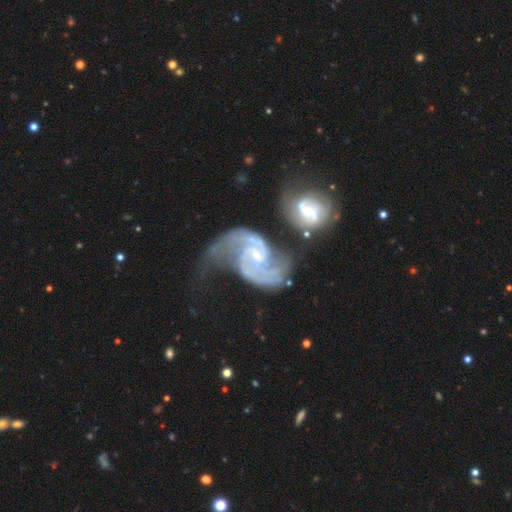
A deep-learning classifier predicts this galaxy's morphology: Smooth or featured?
  - featured or disk: 92% *
  - star or artifact: 4%
  - smooth: 3%
Edge-on disk?
  - no: 98% *
  - yes: 2%
Bar?
  - weak: 43% * (tied)
  - no: 43% * (tied)
  - strong: 14%
Spiral arms?
  - yes: 98% *
  - no: 2%
Spiral winding?
  - medium: 52% *
  - tight: 24%
  - loose: 24%
Spiral arm count?
  - 2: 79% *
  - 3: 7%
  - can't tell: 6%
  - 1: 3%
  - 4: 3%
  - more than 4: 3%
Bulge size?
  - small: 76% *
  - moderate: 18%
  - none: 4%
  - large: 1%
  - dominant: 1%
Merging?
  - merger: 41% *
  - none: 23%
  - major disturbance: 19%
  - minor disturbance: 17%